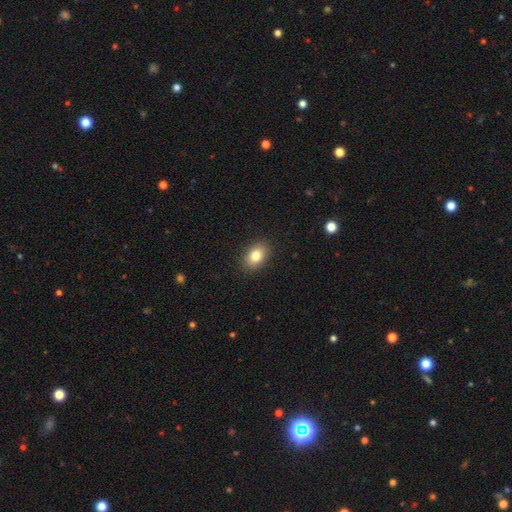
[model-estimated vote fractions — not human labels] Morphology: type=smooth (81%); roundness=in between (79%); merging=none (89%).